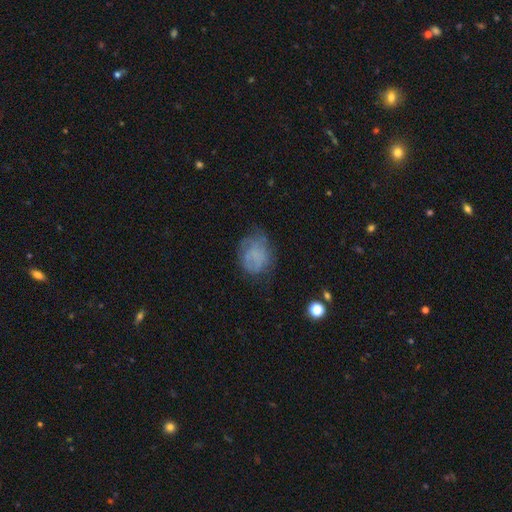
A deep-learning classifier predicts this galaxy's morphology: This appears to be a smooth galaxy with no disk features (54%) that is round (50%). Merging: none (51%).